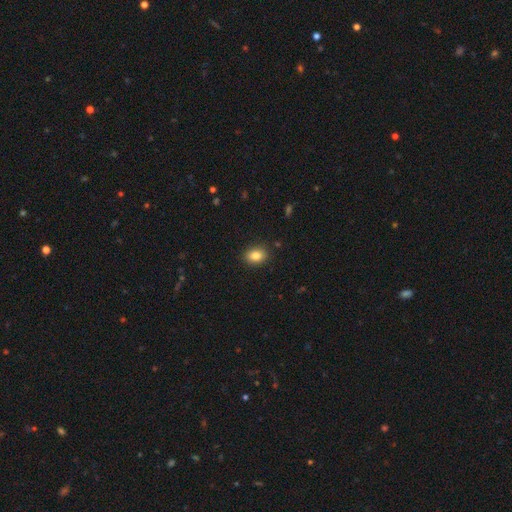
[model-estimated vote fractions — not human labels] Smooth or featured?
  - smooth: 84% *
  - star or artifact: 9%
  - featured or disk: 7%
How rounded?
  - in between: 69% *
  - round: 30%
  - cigar-shaped: 1%
Merging?
  - none: 89% *
  - minor disturbance: 8%
  - major disturbance: 2%
  - merger: 1%